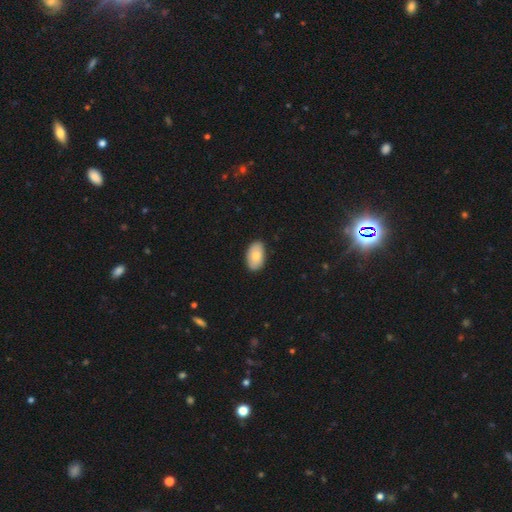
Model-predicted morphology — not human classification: This is clearly a smooth galaxy (80%). How rounded: clearly in between (94%). Merging: clearly none (86%).